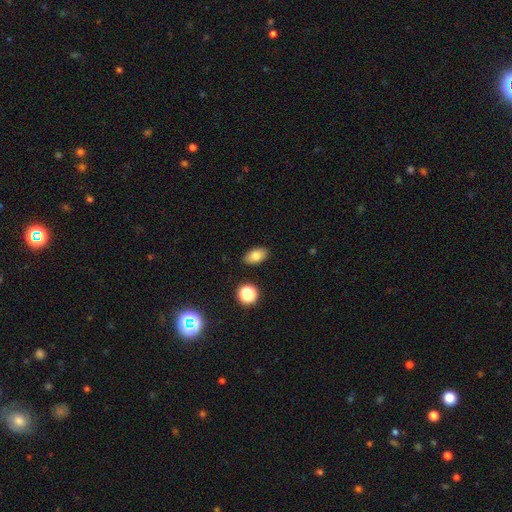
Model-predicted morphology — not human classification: The model was most divided on "smooth or featured": smooth: 81%, star or artifact: 10%, featured or disk: 9%. More confident: how rounded — in between (90%); merging — none (87%).